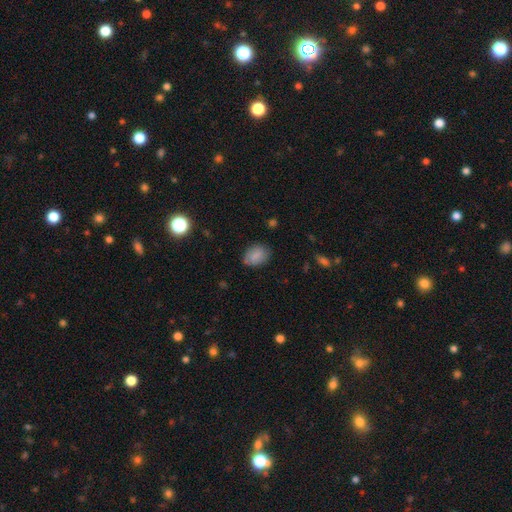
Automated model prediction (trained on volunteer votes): smooth_or_featured: smooth (p=0.79) [alt: featured or disk p=0.12]
how_rounded: in between (p=0.72) [alt: round p=0.27]
merging: none (p=0.76) [alt: minor disturbance p=0.19]